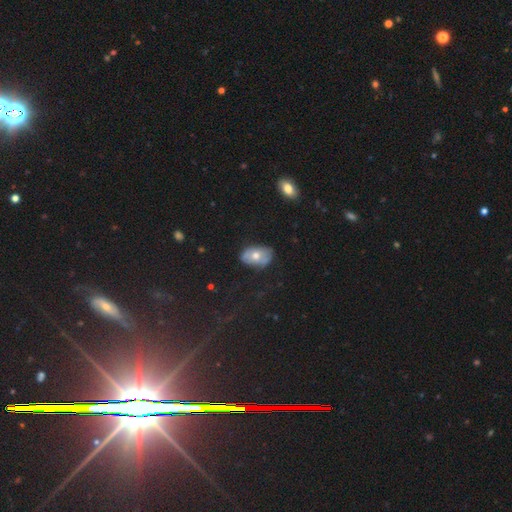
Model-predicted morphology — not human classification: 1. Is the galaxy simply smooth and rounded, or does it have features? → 53% smooth, 35% featured or disk, 12% star or artifact.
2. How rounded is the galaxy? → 87% in between, 12% round, 2% cigar-shaped.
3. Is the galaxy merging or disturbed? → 71% none, 22% minor disturbance, 6% major disturbance, 2% merger.